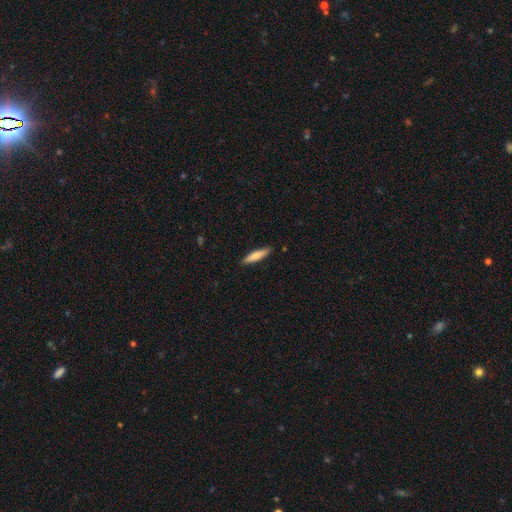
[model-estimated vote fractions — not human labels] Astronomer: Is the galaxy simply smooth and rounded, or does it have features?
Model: smooth — 71%.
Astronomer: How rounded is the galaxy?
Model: cigar-shaped — 79%.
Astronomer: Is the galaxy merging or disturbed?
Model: none — 89%.